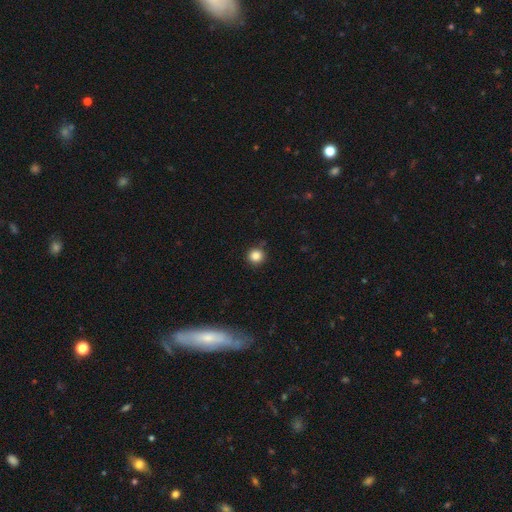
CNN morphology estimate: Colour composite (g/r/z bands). It shows a smooth galaxy with no disk features (85%) that is round (94%). Merging: none (87%).